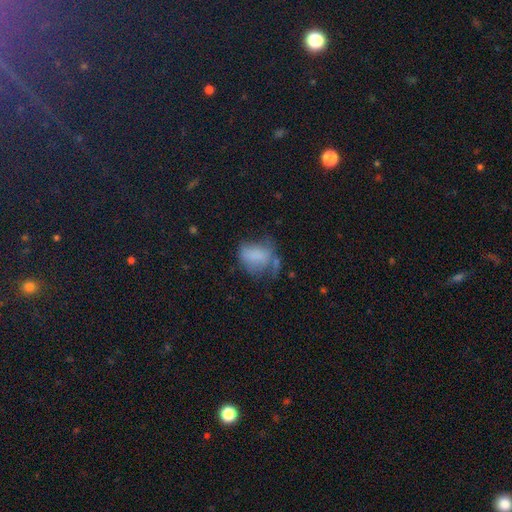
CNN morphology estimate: Smooth or featured: smooth — 69% (featured or disk — 21%)
How rounded: in between — 70% (round — 28%)
Merging: major disturbance — 34% (none — 28%)